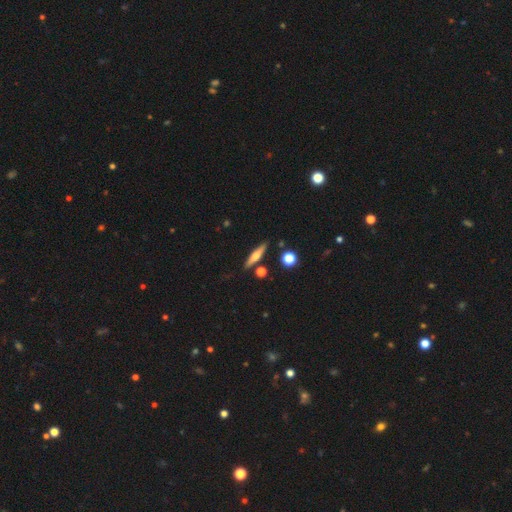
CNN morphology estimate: Smooth or featured?
  - featured or disk: 50% *
  - smooth: 43%
  - star or artifact: 7%
Merging?
  - none: 84% *
  - minor disturbance: 9%
  - merger: 5%
  - major disturbance: 2%